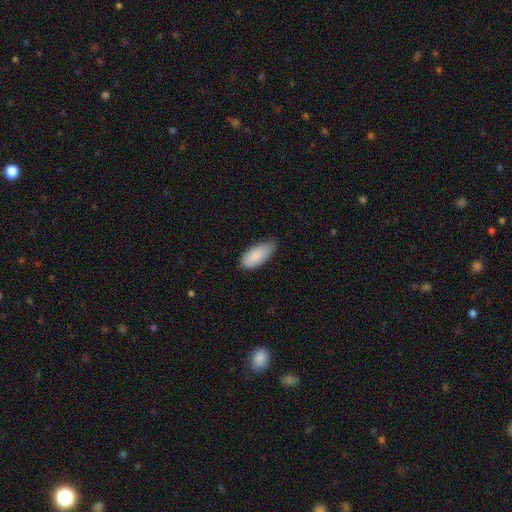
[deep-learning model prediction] This appears to be a smooth galaxy with no disk features (88%) that is in between round and cigar-shaped (90%). Merging: none (61%).